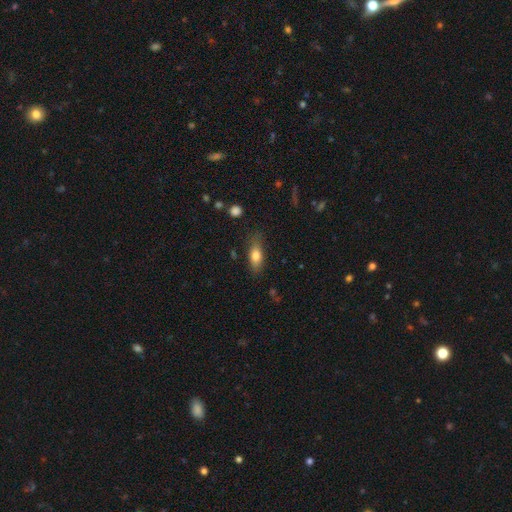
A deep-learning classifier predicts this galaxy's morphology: This is likely a smooth galaxy (76%). How rounded: likely in between (73%). Merging: likely none (74%).